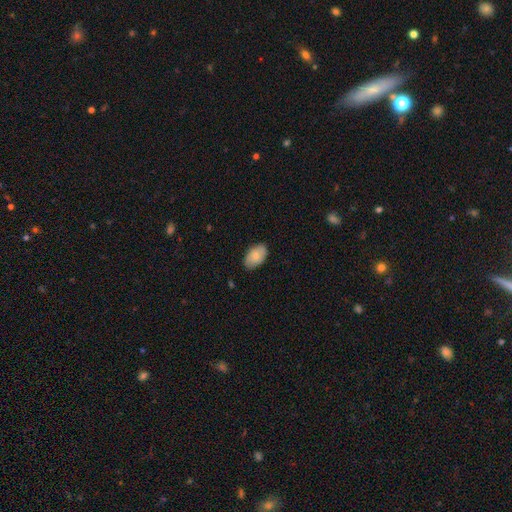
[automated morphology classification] A smooth galaxy with no disk features (75%) that is in between round and cigar-shaped (93%). Merging: none (82%).